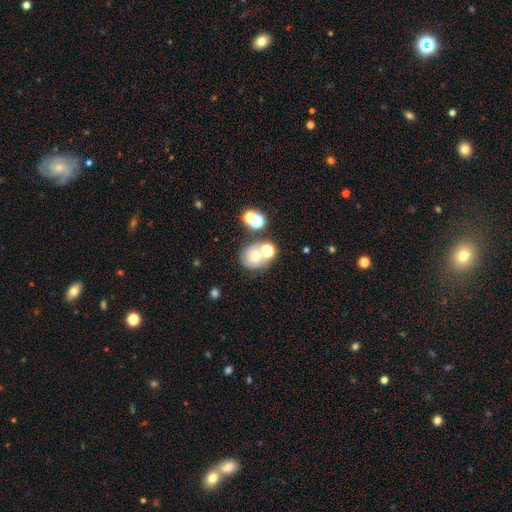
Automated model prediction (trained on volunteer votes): This appears to be a smooth galaxy with no disk features (54%) that is round (73%). Merging: none (42%).